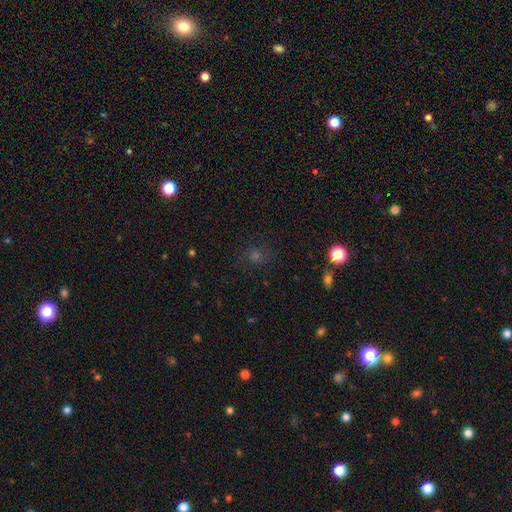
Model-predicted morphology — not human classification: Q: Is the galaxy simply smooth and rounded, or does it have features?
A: smooth — 48%.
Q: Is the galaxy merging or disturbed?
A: none — 80%.